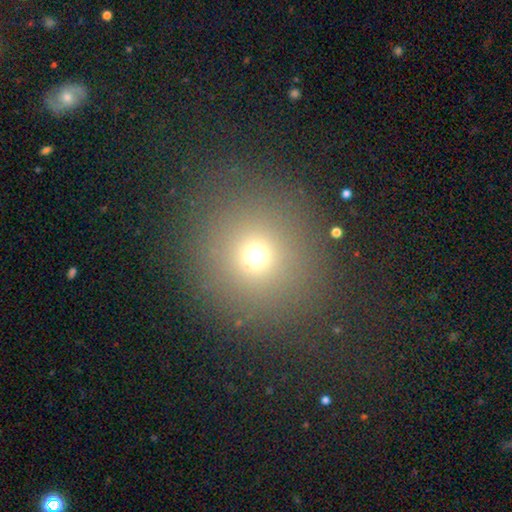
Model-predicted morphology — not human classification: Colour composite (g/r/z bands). It shows a smooth galaxy with no disk features (66%) that is round (92%). Merging: none (84%).